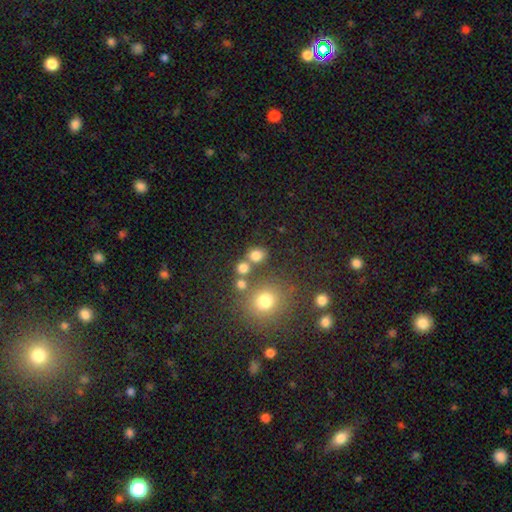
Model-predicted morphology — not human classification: A smooth galaxy with no disk features (76%) that is round (72%).

Vote fractions:
- Smooth or featured? smooth: 76% / star or artifact: 16% / featured or disk: 8%
- How rounded? round: 72% / in between: 27% / cigar-shaped: 1%
- Merging? none: 67% / merger: 19% / minor disturbance: 9% / major disturbance: 5%